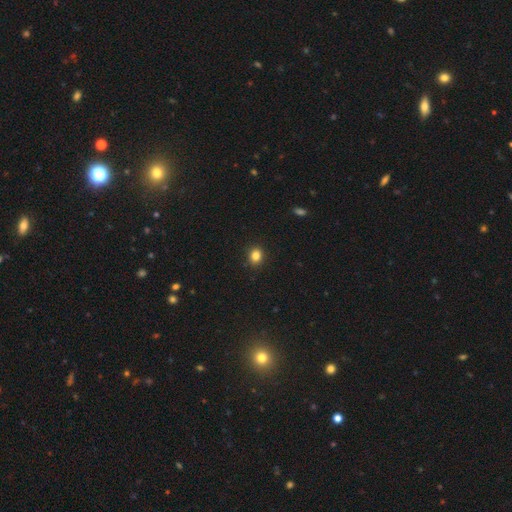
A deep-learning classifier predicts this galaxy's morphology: Smooth or featured: smooth — 84% (star or artifact — 11%)
How rounded: round — 62% (in between — 37%)
Merging: none — 90% (minor disturbance — 7%)